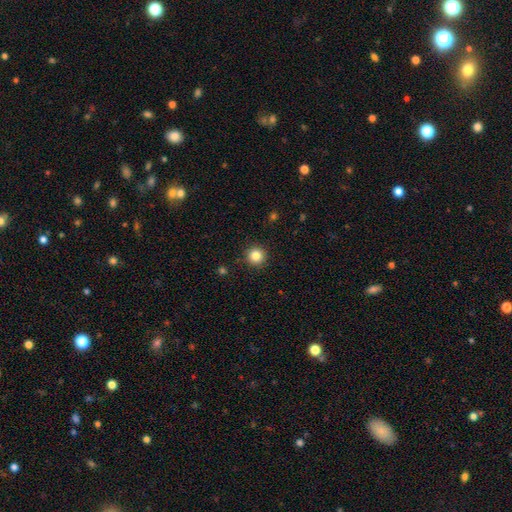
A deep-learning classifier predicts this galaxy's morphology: smooth_or_featured: smooth (p=0.84) [alt: star or artifact p=0.11]
how_rounded: round (p=0.95) [alt: in between p=0.04]
merging: none (p=0.92) [alt: minor disturbance p=0.05]